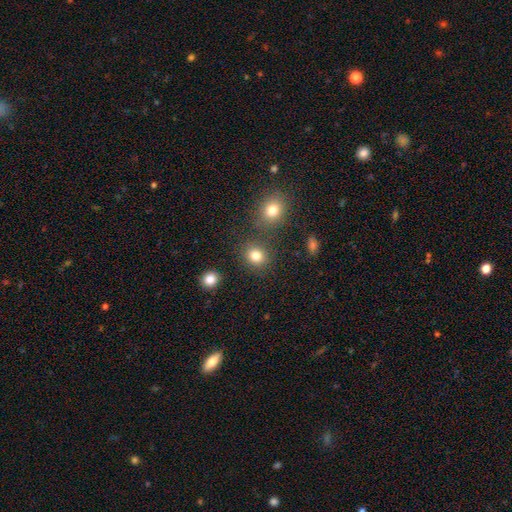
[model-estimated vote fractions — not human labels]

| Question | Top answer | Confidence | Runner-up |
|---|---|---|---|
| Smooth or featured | smooth | 81% | star or artifact (13%) |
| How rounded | round | 76% | in between (23%) |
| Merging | none | 81% | minor disturbance (8%) |